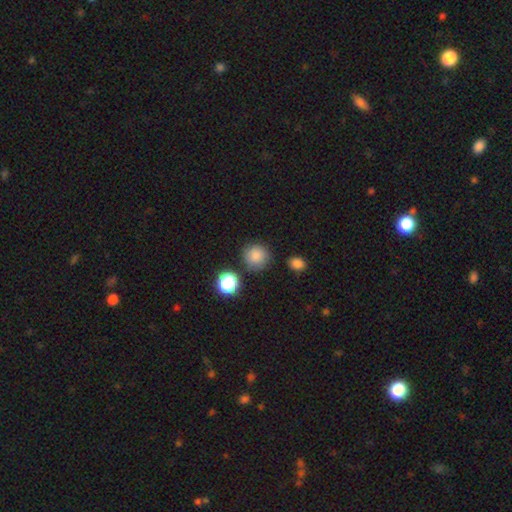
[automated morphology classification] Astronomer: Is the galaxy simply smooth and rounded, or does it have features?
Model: smooth — 84%.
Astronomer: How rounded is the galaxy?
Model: round — 93%.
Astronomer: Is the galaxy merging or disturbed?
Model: none — 82%.